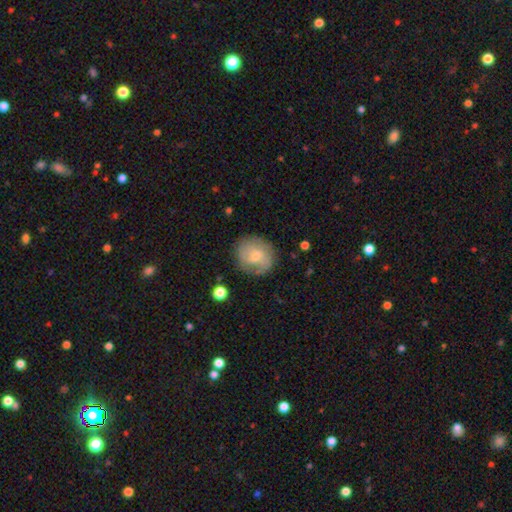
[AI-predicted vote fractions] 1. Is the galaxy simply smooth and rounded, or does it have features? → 58% smooth, 35% featured or disk, 7% star or artifact.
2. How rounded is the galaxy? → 82% round, 17% in between, 1% cigar-shaped.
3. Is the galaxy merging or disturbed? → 75% none, 17% minor disturbance, 6% major disturbance, 2% merger.